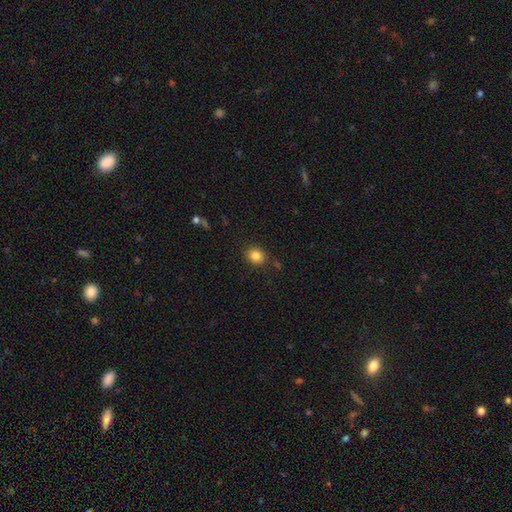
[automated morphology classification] Smooth or featured?
  - smooth: 84% *
  - star or artifact: 11%
  - featured or disk: 5%
How rounded?
  - round: 70% *
  - in between: 29%
  - cigar-shaped: 1%
Merging?
  - none: 85% *
  - minor disturbance: 10%
  - major disturbance: 3%
  - merger: 2%